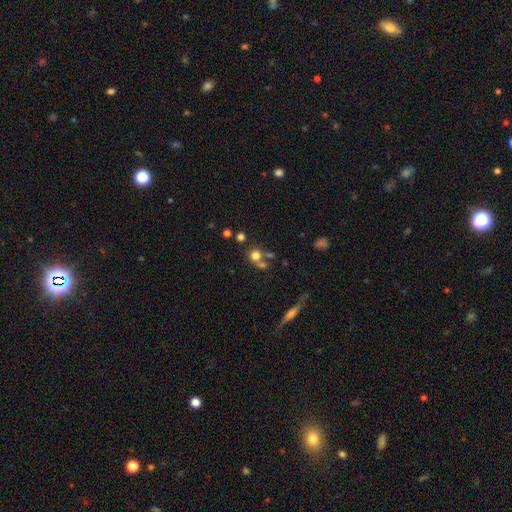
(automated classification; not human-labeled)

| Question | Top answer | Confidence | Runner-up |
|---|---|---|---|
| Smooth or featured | smooth | 72% | star or artifact (16%) |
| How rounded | round | 87% | in between (11%) |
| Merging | none | 54% | merger (32%) |